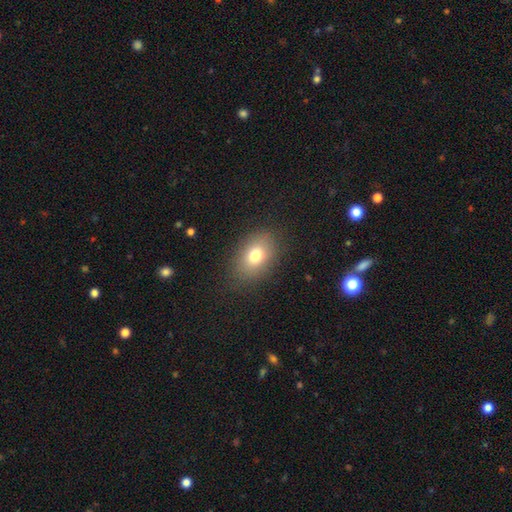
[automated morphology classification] This appears to be a smooth galaxy with no disk features (76%) that is in between round and cigar-shaped (76%). Merging: none (84%).